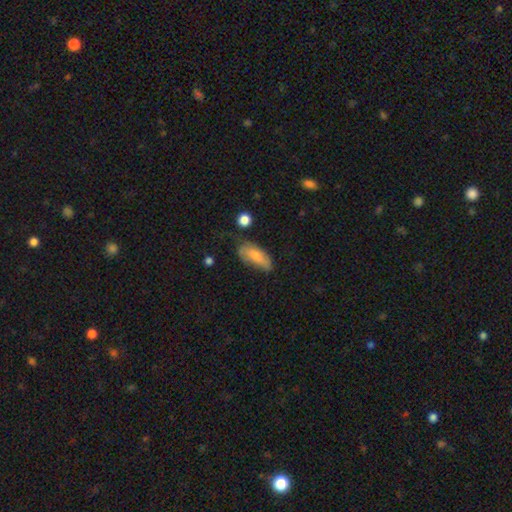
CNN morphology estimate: A smooth galaxy with no disk features (74%) that is in between round and cigar-shaped (84%).

Vote fractions:
- Smooth or featured? smooth: 74% / featured or disk: 20% / star or artifact: 6%
- How rounded? in between: 84% / cigar-shaped: 14% / round: 3%
- Merging? none: 51% / minor disturbance: 34% / major disturbance: 12% / merger: 4%